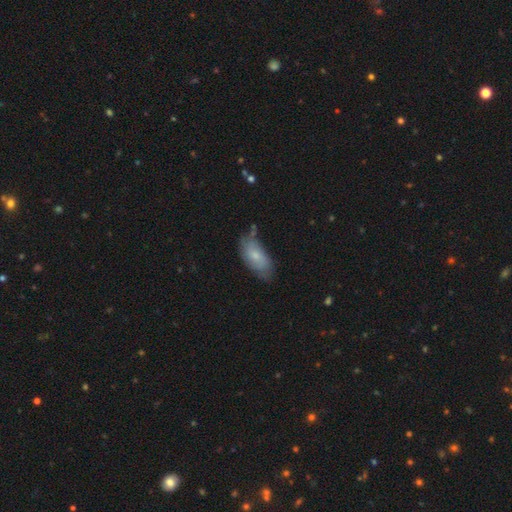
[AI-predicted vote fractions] This appears to be a smooth galaxy with no disk features (68%) that is in between round and cigar-shaped (90%). Merging: none (62%).